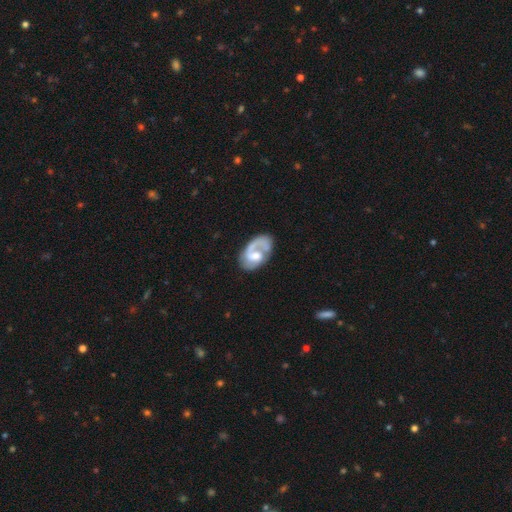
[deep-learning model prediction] smooth_or_featured: featured or disk (p=0.74) [alt: smooth p=0.20]
disk_edge_on: no (p=0.97) [alt: yes p=0.03]
bar: weak (p=0.45) [alt: no p=0.43]
has_spiral_arms: yes (p=0.89) [alt: no p=0.11]
spiral_winding: medium (p=0.42) [alt: tight p=0.32]
spiral_arm_count: 1 (p=0.56) [alt: 2 p=0.34]
bulge_size: moderate (p=0.49) [alt: small p=0.22]
merging: none (p=0.54) [alt: minor disturbance p=0.22]